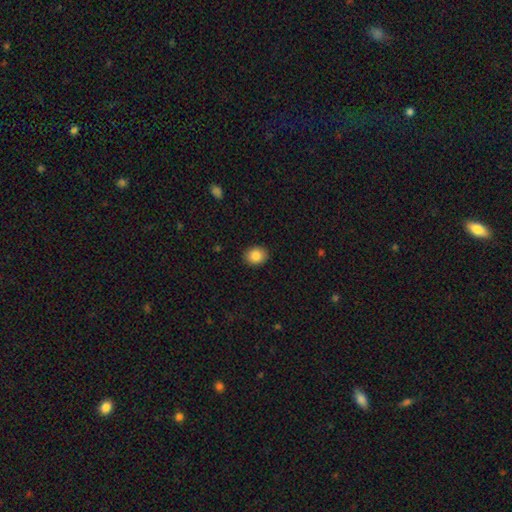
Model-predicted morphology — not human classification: This appears to be a smooth galaxy with no disk features (85%) that is round (57%). Merging: none (90%).